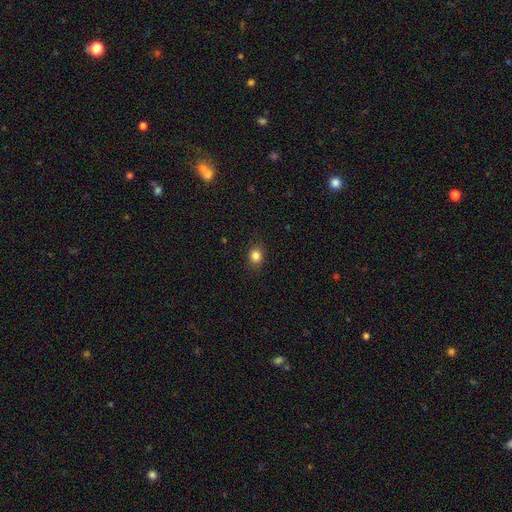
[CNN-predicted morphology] Smooth or featured: smooth — 84% (star or artifact — 11%)
How rounded: round — 60% (in between — 39%)
Merging: none — 88% (minor disturbance — 8%)